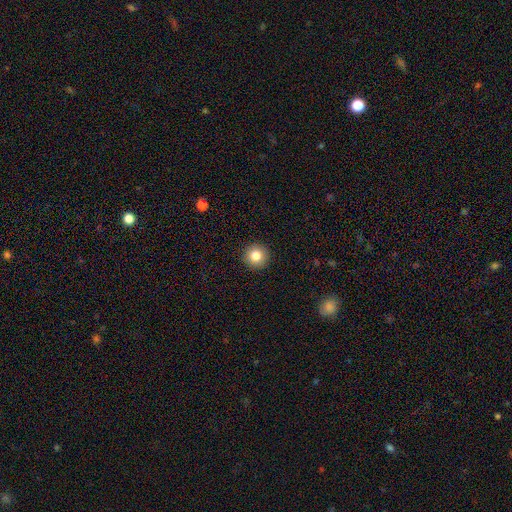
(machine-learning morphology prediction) Q: Smooth or featured?
A: smooth (83%); runner-up: star or artifact (10%)
Q: How rounded?
A: round (96%); runner-up: in between (3%)
Q: Merging?
A: none (93%); runner-up: minor disturbance (4%)